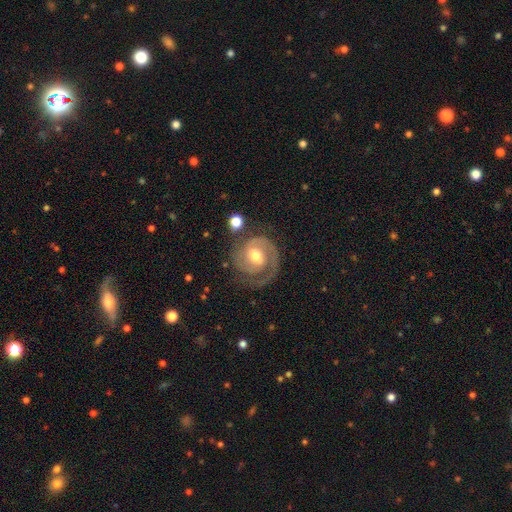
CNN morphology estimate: A featured or disk galaxy (87%) with a weak bar (50%), 2 (63%) tight (58%) spiral arms (96%) and a moderate central bulge (74%). Merging: none (69%).